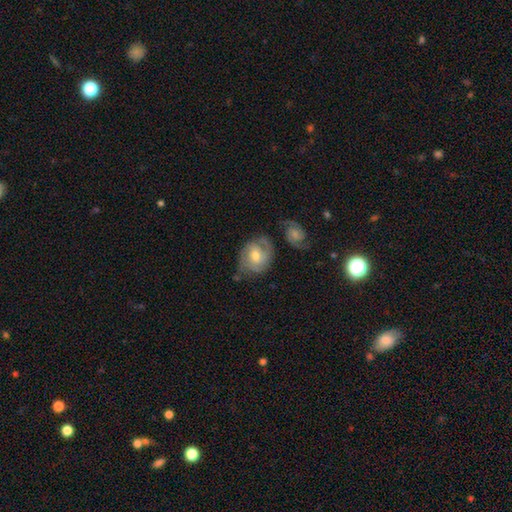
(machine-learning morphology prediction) Q: Smooth or featured?
A: featured or disk (70%); runner-up: smooth (24%)
Q: Edge-on disk?
A: no (96%); runner-up: yes (4%)
Q: Bar?
A: no (57%); runner-up: weak (36%)
Q: Spiral arms?
A: yes (90%); runner-up: no (10%)
Q: Spiral winding?
A: tight (51%); runner-up: medium (38%)
Q: Spiral arm count?
A: 2 (58%); runner-up: can't tell (19%)
Q: Bulge size?
A: moderate (63%); runner-up: small (30%)
Q: Merging?
A: none (58%); runner-up: minor disturbance (23%)